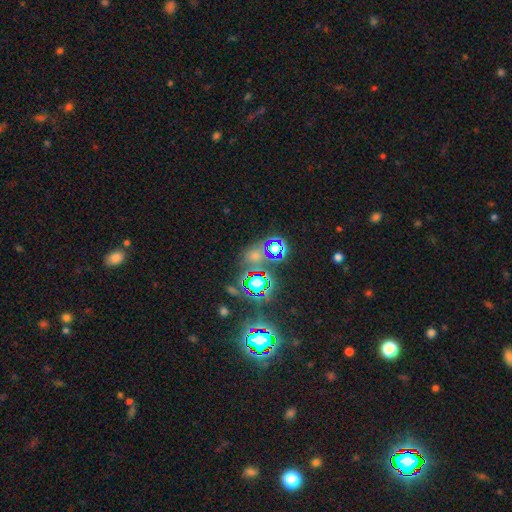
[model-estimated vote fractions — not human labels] smooth_or_featured: star or artifact (p=0.67) [alt: smooth p=0.23]